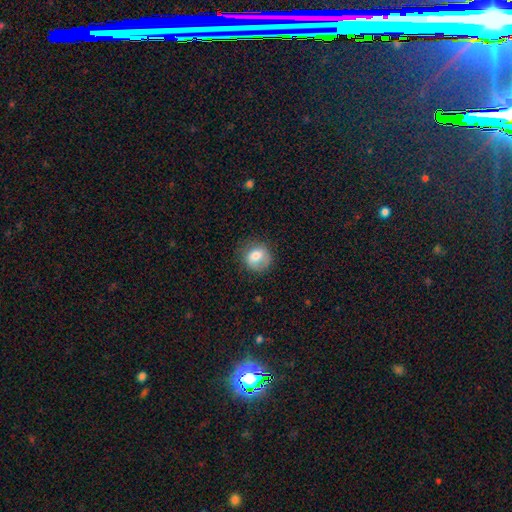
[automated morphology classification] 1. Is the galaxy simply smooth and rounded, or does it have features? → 75% smooth, 17% featured or disk, 9% star or artifact.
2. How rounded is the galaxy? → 78% round, 21% in between, 1% cigar-shaped.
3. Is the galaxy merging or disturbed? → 72% none, 19% minor disturbance, 7% major disturbance, 1% merger.